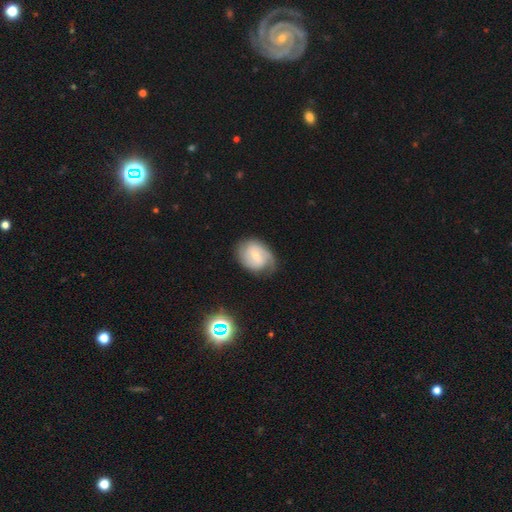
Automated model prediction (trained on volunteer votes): A featured or disk galaxy (73%) with a weak bar (53%), 2 (62%) tight (45%) spiral arms (92%) and a small central bulge (56%). Merging: none (70%).